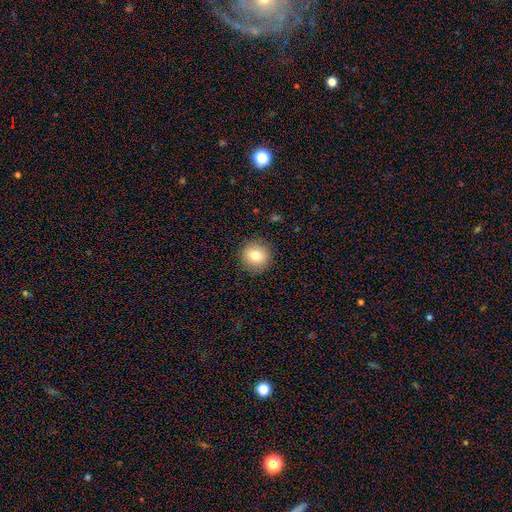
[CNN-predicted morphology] This appears to be a smooth galaxy with no disk features (78%) that is round (93%). Merging: none (90%).